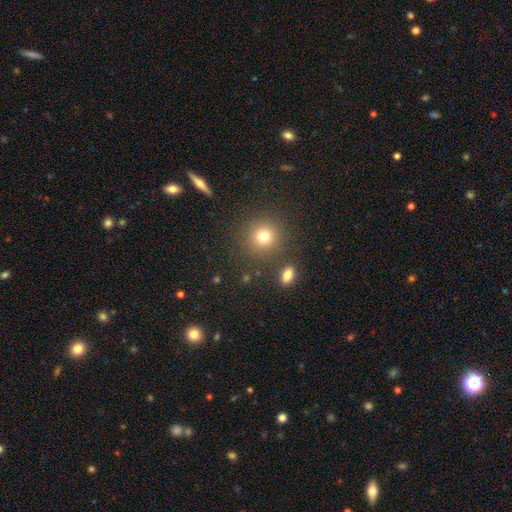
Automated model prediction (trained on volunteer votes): A smooth galaxy with no disk features (60%) that is round (94%). Merging: none (84%).